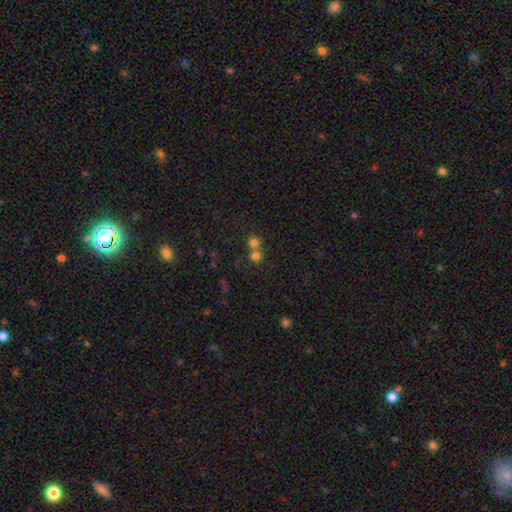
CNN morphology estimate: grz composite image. It shows a smooth galaxy with no disk features (72%) that is round (88%). Merging: merger (48%).